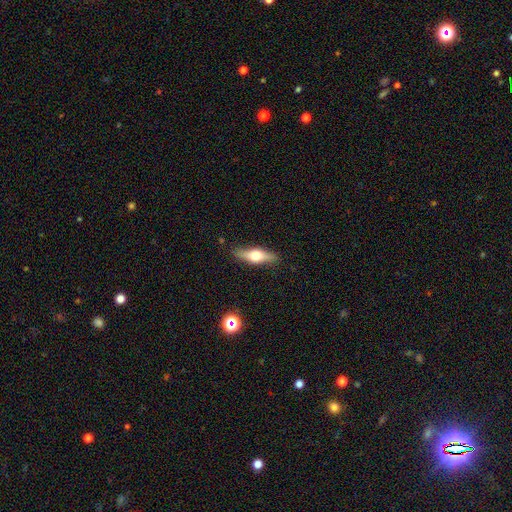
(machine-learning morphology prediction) smooth_or_featured: featured or disk (p=0.47) [alt: smooth p=0.46]
merging: none (p=0.86) [alt: minor disturbance p=0.10]